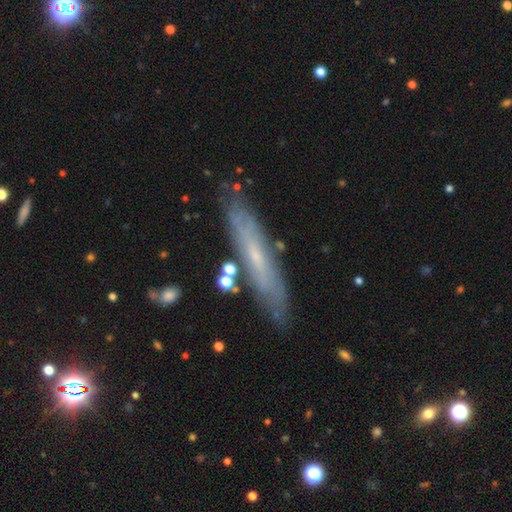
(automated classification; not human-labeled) Smooth or featured? Predicted: featured or disk (p=0.58). Edge-on disk? Predicted: yes (p=0.59). Merging? Predicted: none (p=0.82).